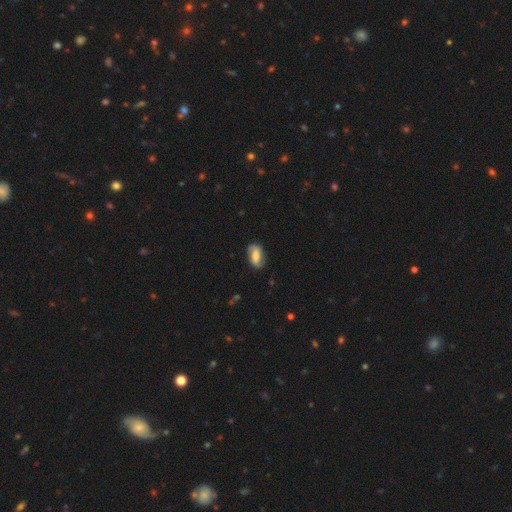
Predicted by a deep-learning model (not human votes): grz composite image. It shows a smooth galaxy with no disk features (50%). Merging: none (76%).